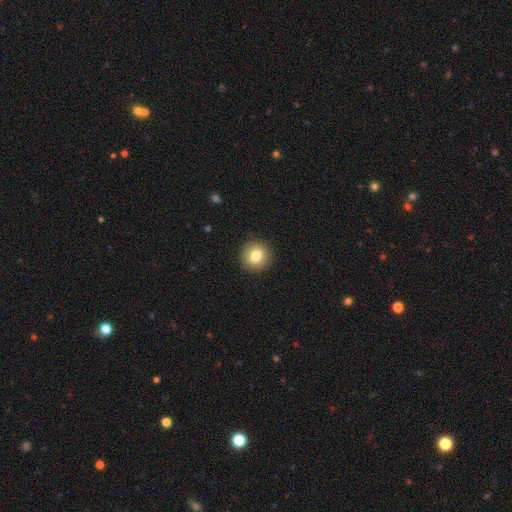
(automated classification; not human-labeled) Q: Smooth or featured?
A: smooth (79%); runner-up: featured or disk (12%)
Q: How rounded?
A: round (88%); runner-up: in between (11%)
Q: Merging?
A: none (91%); runner-up: minor disturbance (6%)